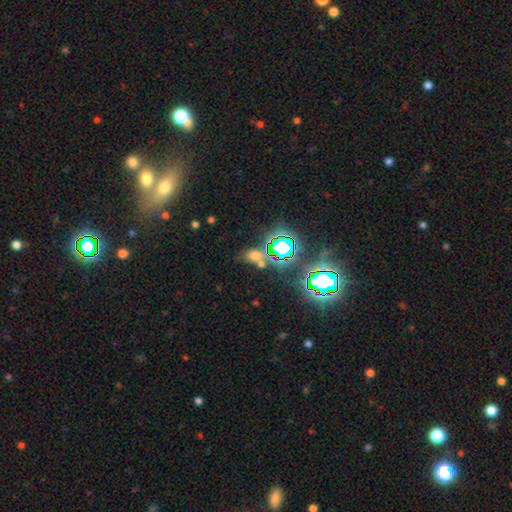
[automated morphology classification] The model was most divided on "smooth or featured": smooth: 46%, star or artifact: 45%, featured or disk: 9%. More confident: merging — none (64%).